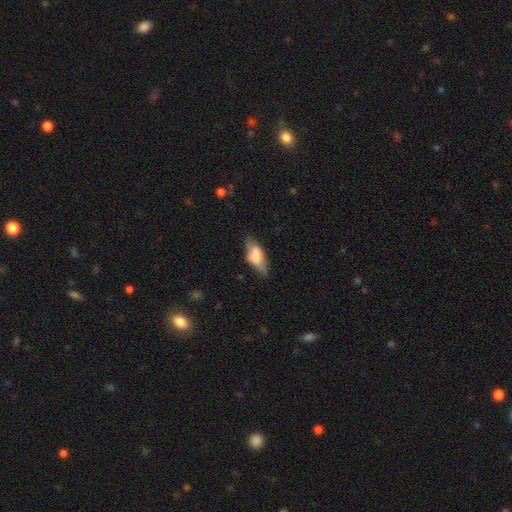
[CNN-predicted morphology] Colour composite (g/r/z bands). It shows a smooth galaxy with no disk features (67%) that is in between round and cigar-shaped (75%). Merging: none (58%).